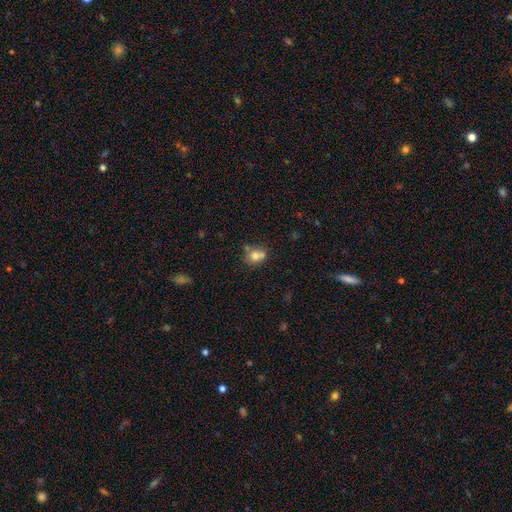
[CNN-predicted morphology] Smooth or featured? Predicted: smooth (p=0.71). How rounded? Predicted: round (p=0.74). Merging? Predicted: none (p=0.45).